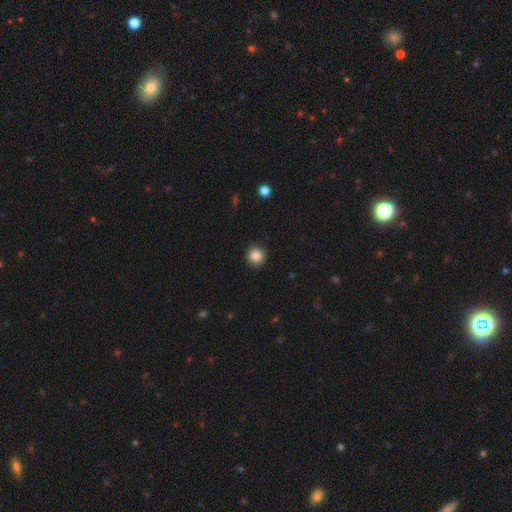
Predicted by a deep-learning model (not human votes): smooth 86%, star or artifact 10%, featured or disk 4%. Down the decision tree: how rounded — round (94%); merging — none (90%).